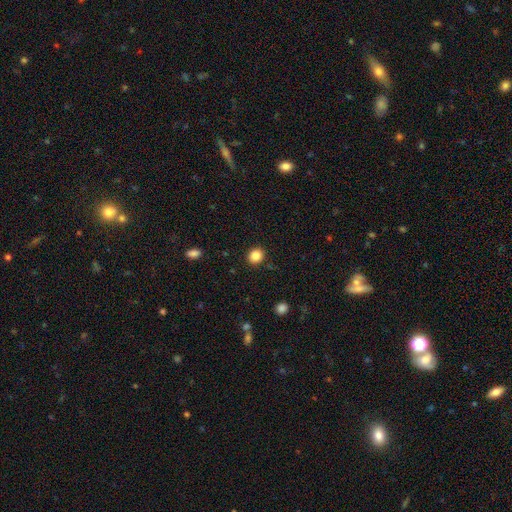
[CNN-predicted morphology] Q: Smooth or featured?
A: smooth (86%); runner-up: star or artifact (10%)
Q: How rounded?
A: round (83%); runner-up: in between (16%)
Q: Merging?
A: none (90%); runner-up: minor disturbance (7%)